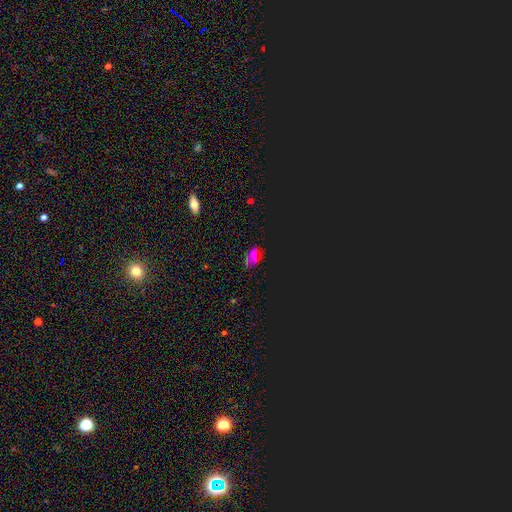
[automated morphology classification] smooth-or-featured: star or artifact: 59% | smooth: 30% | featured or disk: 11%